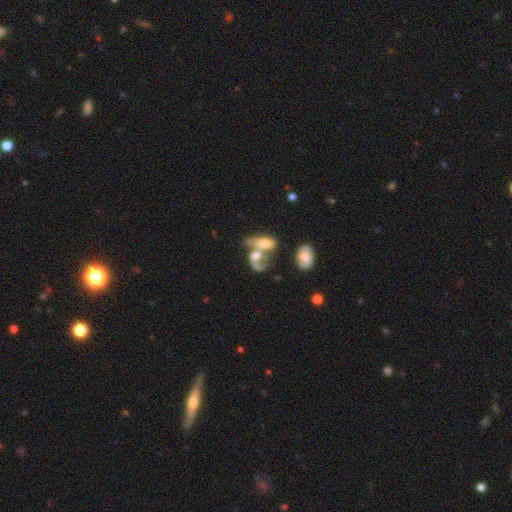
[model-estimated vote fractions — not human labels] This is likely a featured or disk galaxy (61%). It is clearly not viewed edge-on (91%). Bar: likely no (65%). Spiral arm pattern: likely yes (70%). Central bulge: possibly moderate (47%). Merging: likely merger (69%).